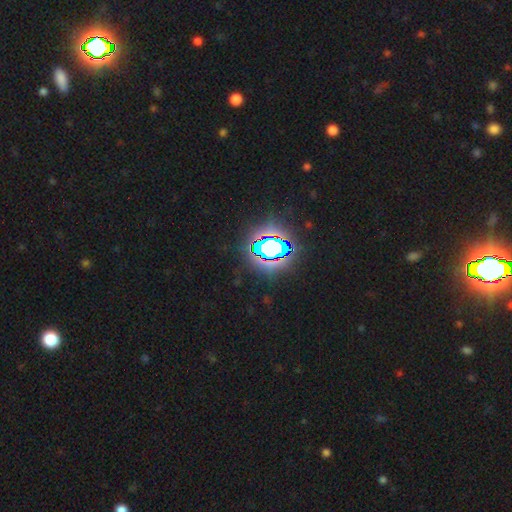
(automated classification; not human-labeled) A star or artifact, not a galaxy (81%).